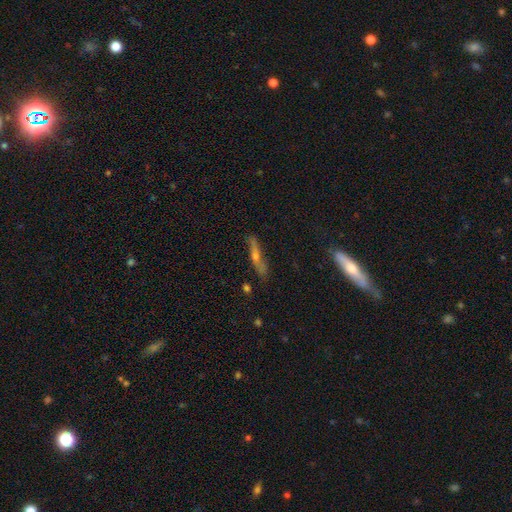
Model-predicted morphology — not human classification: A featured or disk galaxy (63%) viewed edge-on (84%) with a rounded central bulge (80%). Merging: none (77%).